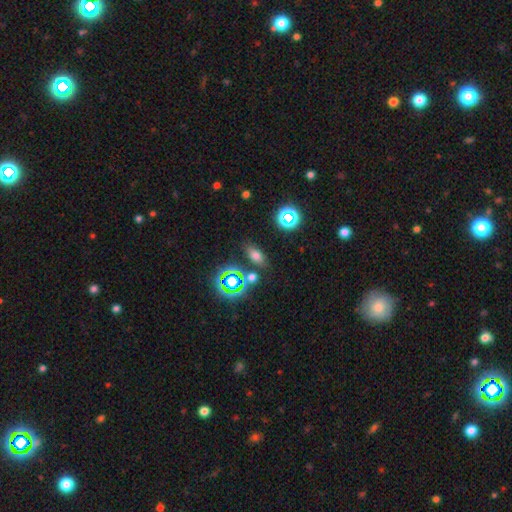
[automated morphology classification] Q: Smooth or featured?
A: smooth (62%); runner-up: star or artifact (26%)
Q: How rounded?
A: in between (78%); runner-up: round (14%)
Q: Merging?
A: none (78%); runner-up: minor disturbance (11%)